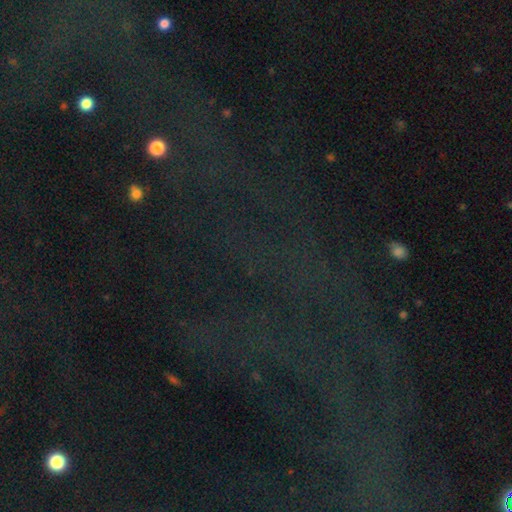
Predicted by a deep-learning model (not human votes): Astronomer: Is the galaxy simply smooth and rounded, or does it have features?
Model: star or artifact — 76%.